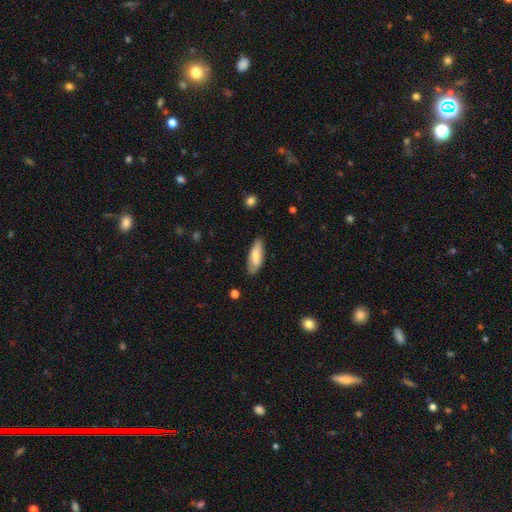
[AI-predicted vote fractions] A smooth galaxy with no disk features (73%) that is in between round and cigar-shaped (65%). Merging: none (74%).